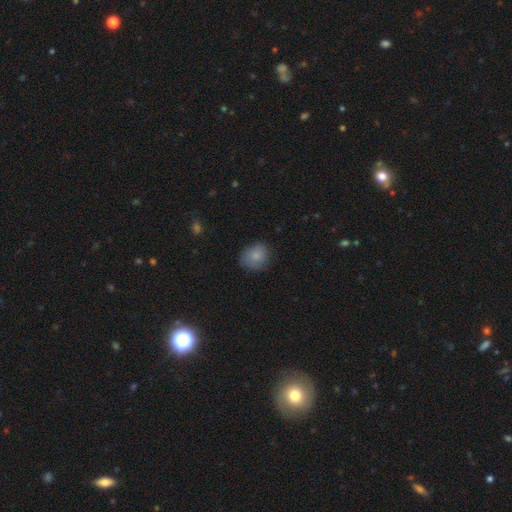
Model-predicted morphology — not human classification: Q: Smooth or featured?
A: smooth (84%); runner-up: star or artifact (8%)
Q: How rounded?
A: round (71%); runner-up: in between (28%)
Q: Merging?
A: none (75%); runner-up: minor disturbance (19%)